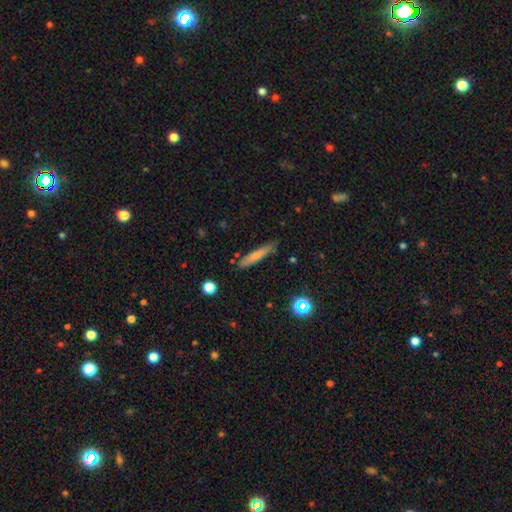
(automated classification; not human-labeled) Smooth or featured? Predicted: smooth (p=0.66). How rounded? Predicted: cigar-shaped (p=0.90). Merging? Predicted: none (p=0.81).